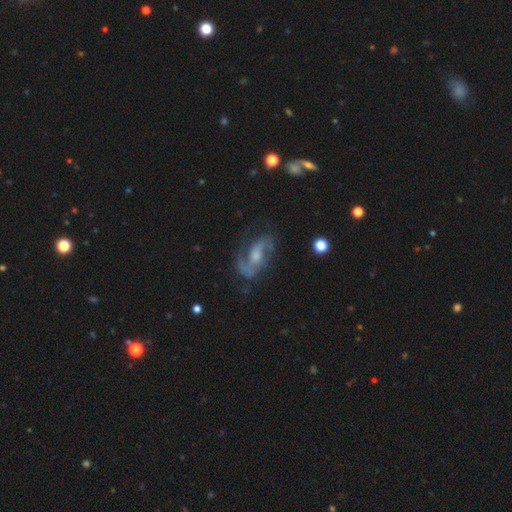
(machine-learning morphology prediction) Smooth or featured? featured or disk (86%)
Edge-on disk? no (96%)
Bar? weak (45%)
Spiral arms? yes (96%)
Spiral winding? medium (50%)
Spiral arm count? 2 (87%)
Bulge size? moderate (44%)
Merging? none (69%)